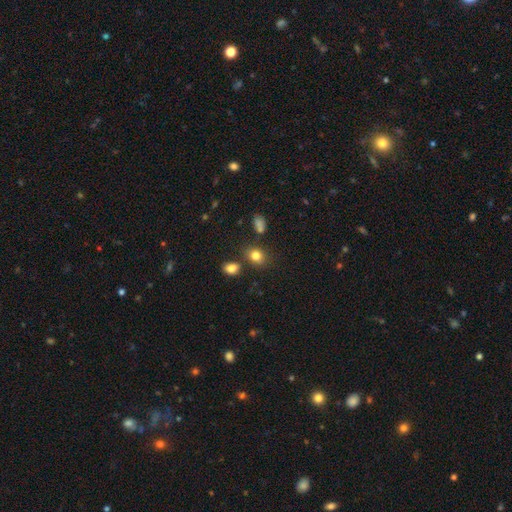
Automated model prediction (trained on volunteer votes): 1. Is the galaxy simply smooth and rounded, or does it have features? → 81% smooth, 12% star or artifact, 7% featured or disk.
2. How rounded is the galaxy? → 56% round, 43% in between, 1% cigar-shaped.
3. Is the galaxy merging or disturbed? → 74% none, 12% minor disturbance, 10% merger, 4% major disturbance.